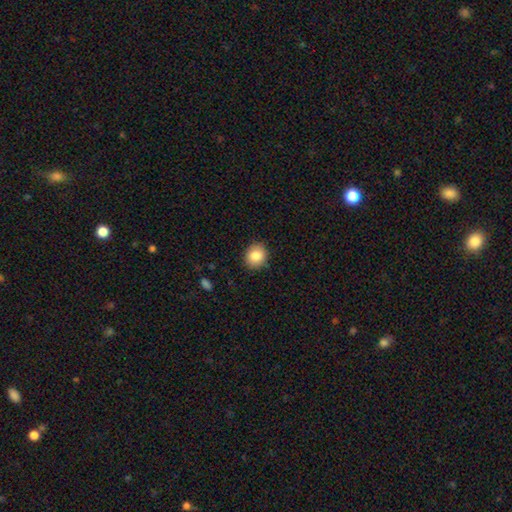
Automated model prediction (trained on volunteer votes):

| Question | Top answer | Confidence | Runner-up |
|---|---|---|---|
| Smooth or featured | smooth | 86% | star or artifact (8%) |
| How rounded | round | 68% | in between (31%) |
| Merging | none | 88% | minor disturbance (9%) |